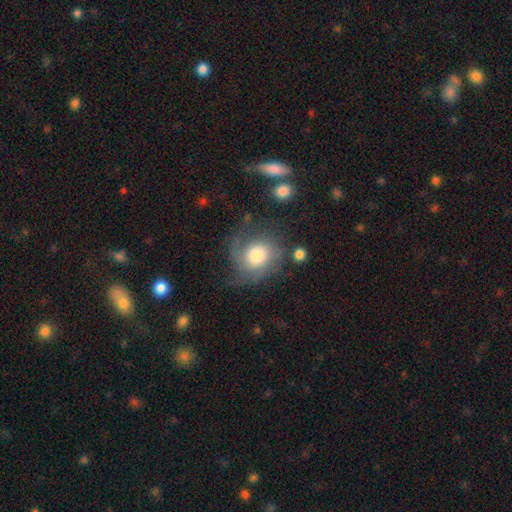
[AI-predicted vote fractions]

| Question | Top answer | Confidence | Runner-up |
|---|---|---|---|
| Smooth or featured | featured or disk | 54% | smooth (38%) |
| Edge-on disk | no | 97% | yes (3%) |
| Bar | no | 78% | weak (19%) |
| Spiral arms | yes | 85% | no (15%) |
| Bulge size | large | 43% | moderate (39%) |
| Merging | none | 52% | minor disturbance (22%) |